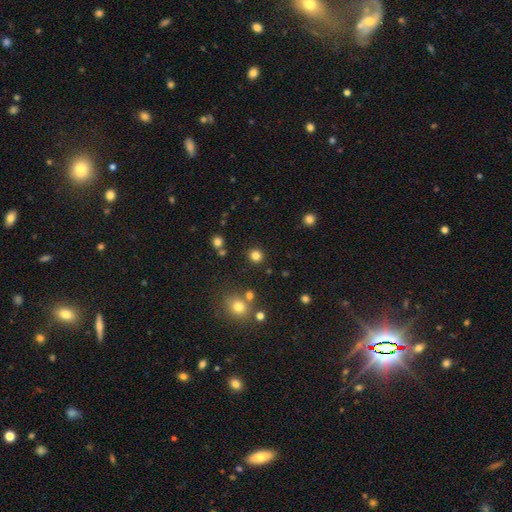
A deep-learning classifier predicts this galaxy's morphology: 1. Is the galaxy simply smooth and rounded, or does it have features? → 82% smooth, 14% star or artifact, 5% featured or disk.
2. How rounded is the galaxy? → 91% round, 9% in between, 1% cigar-shaped.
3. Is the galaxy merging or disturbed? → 88% none, 6% minor disturbance, 3% merger, 2% major disturbance.